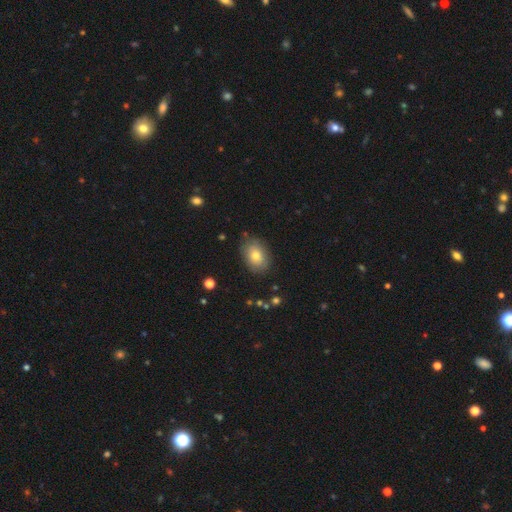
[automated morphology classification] Q: Smooth or featured?
A: smooth (74%); runner-up: featured or disk (18%)
Q: How rounded?
A: in between (79%); runner-up: round (20%)
Q: Merging?
A: none (81%); runner-up: minor disturbance (14%)